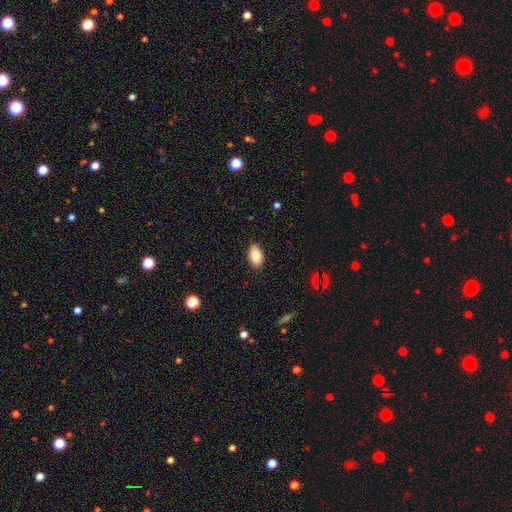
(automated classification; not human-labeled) Overall: smooth (88%). How rounded: in between (93%). Merging: none (87%).